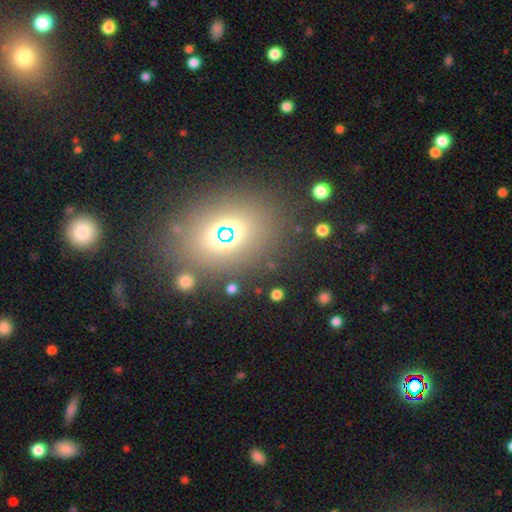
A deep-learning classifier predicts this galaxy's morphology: Q: Smooth or featured?
A: smooth (43%); runner-up: featured or disk (32%)
Q: Merging?
A: none (70%); runner-up: minor disturbance (13%)